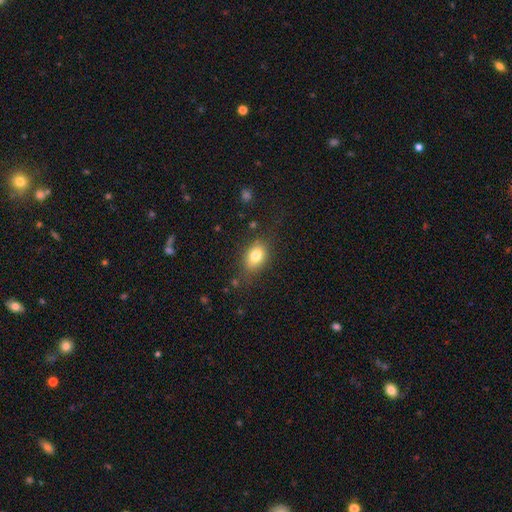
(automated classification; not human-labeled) smooth 79%, featured or disk 11%, star or artifact 9%. Down the decision tree: how rounded — in between (74%); merging — none (76%).